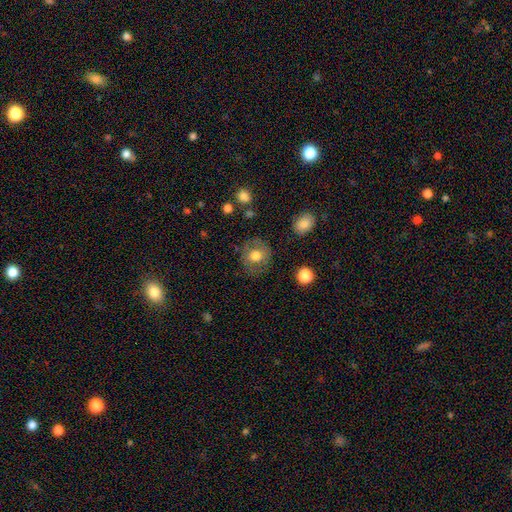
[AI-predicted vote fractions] Overall: smooth (69%). How rounded: round (84%). Merging: none (79%).